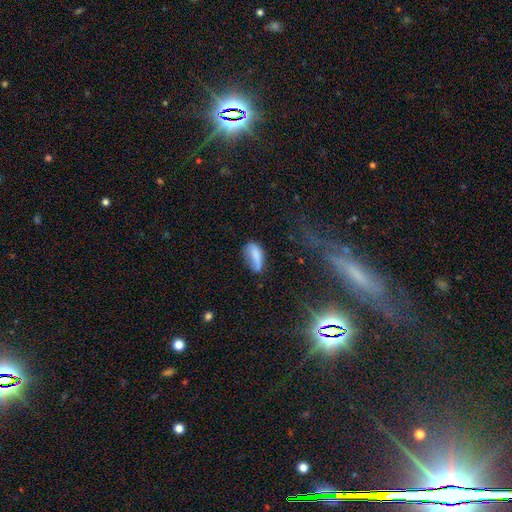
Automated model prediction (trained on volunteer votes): smooth_or_featured: smooth (p=0.76) [alt: featured or disk p=0.15]
how_rounded: in between (p=0.81) [alt: cigar-shaped p=0.16]
merging: none (p=0.44) [alt: minor disturbance p=0.32]